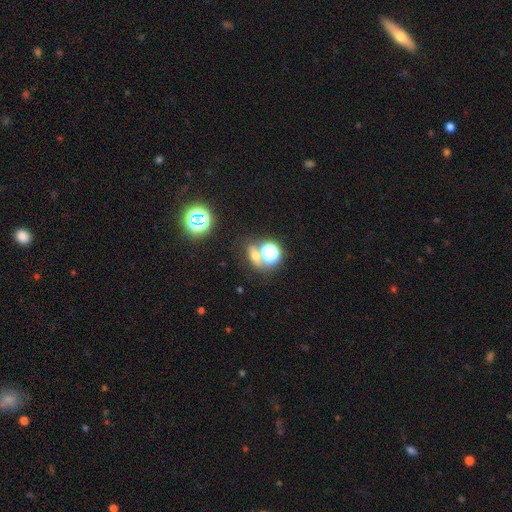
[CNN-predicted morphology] This appears to be a smooth galaxy with no disk features (52%) that is round (51%). Merging: none (63%).